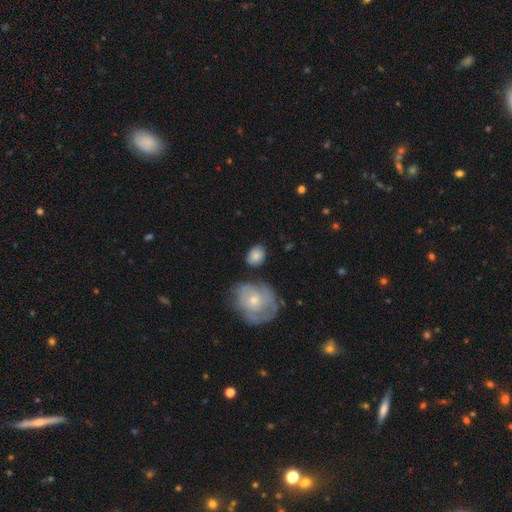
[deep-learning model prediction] A smooth galaxy with no disk features (78%) that is in between round and cigar-shaped (54%).

Vote fractions:
- Smooth or featured? smooth: 78% / featured or disk: 15% / star or artifact: 7%
- How rounded? in between: 54% / round: 45% / cigar-shaped: 1%
- Merging? none: 73% / minor disturbance: 15% / merger: 7% / major disturbance: 5%